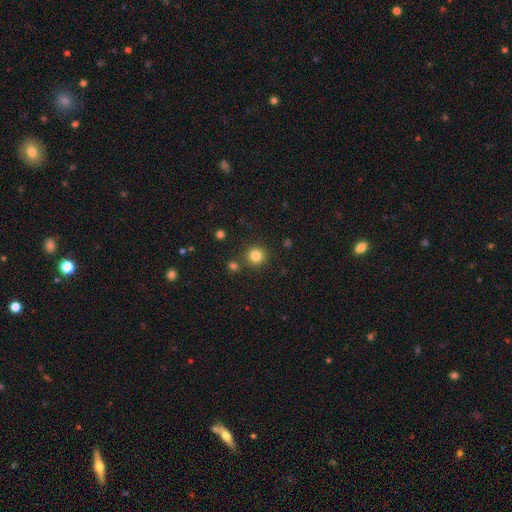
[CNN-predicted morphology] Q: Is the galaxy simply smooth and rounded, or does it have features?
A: smooth — 83%.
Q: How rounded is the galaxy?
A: round — 92%.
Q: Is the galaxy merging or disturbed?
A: none — 84%.